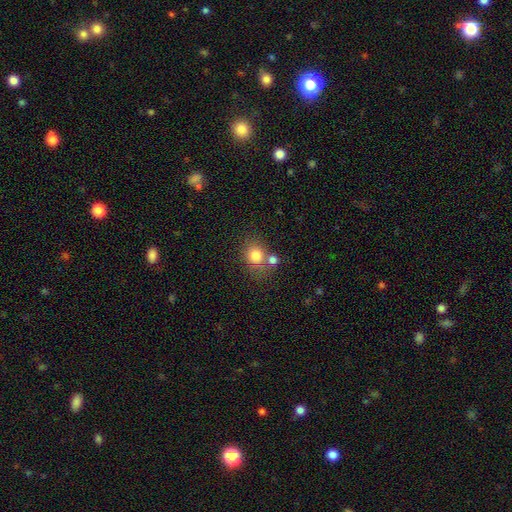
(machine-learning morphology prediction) A smooth galaxy with no disk features (80%) that is round (68%). Merging: none (55%).